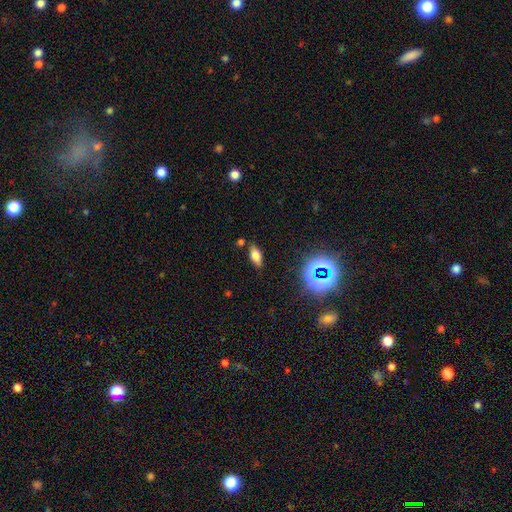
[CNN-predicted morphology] type=smooth (63%); roundness=in between (79%); merging=none (81%).